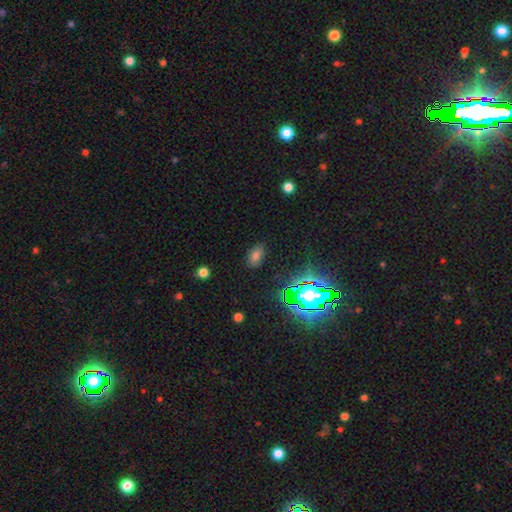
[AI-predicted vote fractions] smooth 57%, star or artifact 32%, featured or disk 11%. Down the decision tree: how rounded — in between (87%); merging — none (85%).